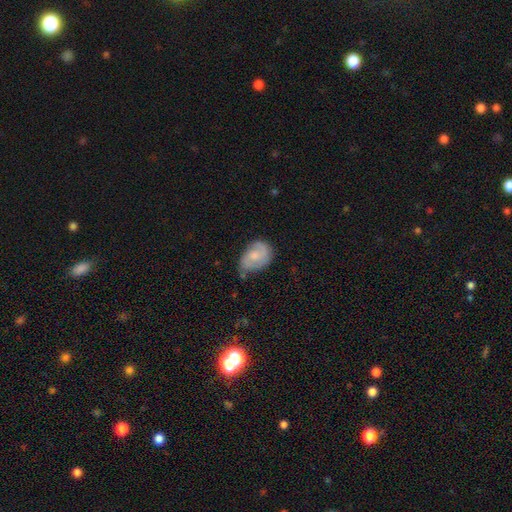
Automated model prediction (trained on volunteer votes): Overall: featured or disk (57%; smooth 37%). Edge-on disk: no (97%). Bar: no (66%; weak 30%). Spiral arms: yes (86%). Bulge size: small (44%; moderate 40%). Merging: none (53%; minor disturbance 33%).